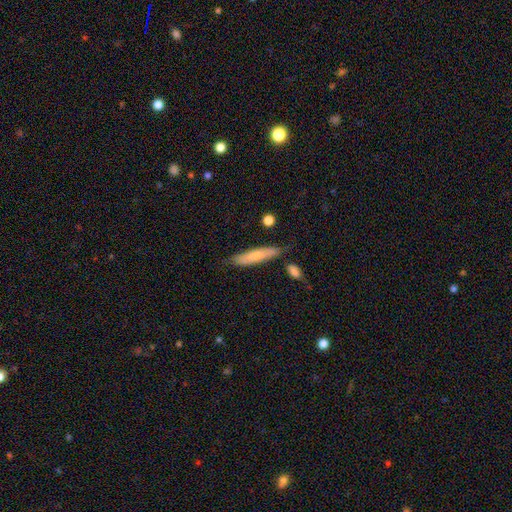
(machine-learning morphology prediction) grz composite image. It shows a smooth galaxy with no disk features (69%) that is cigar-shaped (82%). Merging: none (72%).